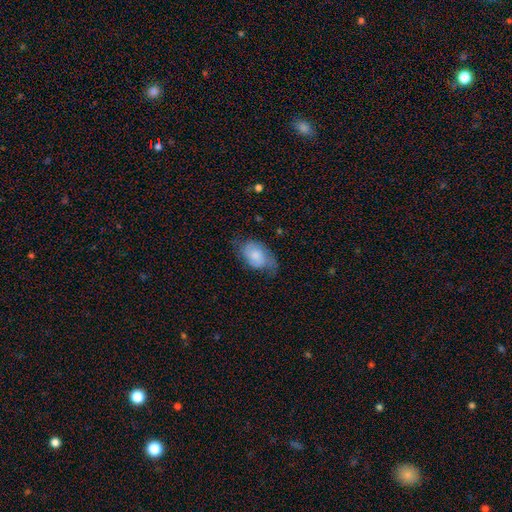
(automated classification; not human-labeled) This appears to be a smooth galaxy with no disk features (64%) that is in between round and cigar-shaped (90%). Merging: none (49%).